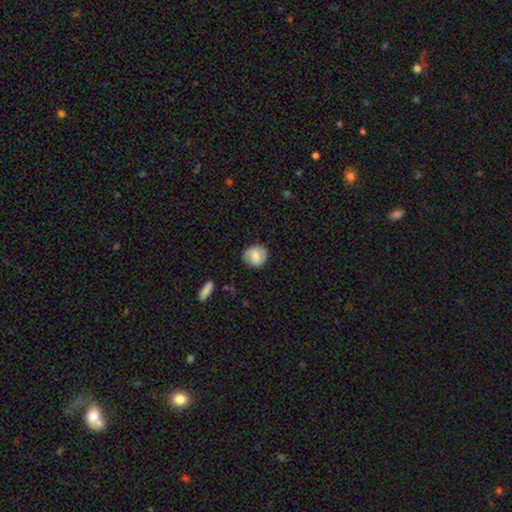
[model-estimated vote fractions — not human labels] Smooth or featured? smooth (73%)
How rounded? round (87%)
Merging? none (84%)